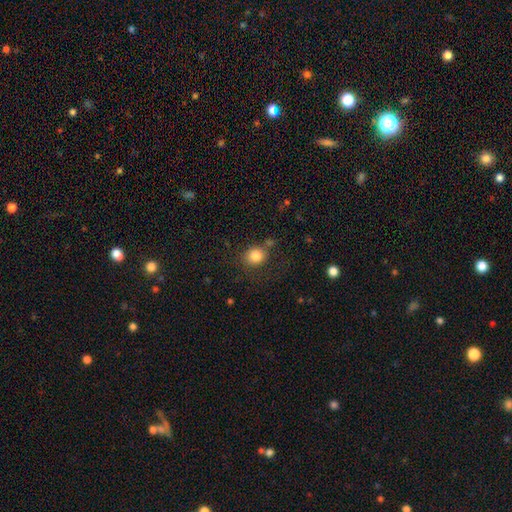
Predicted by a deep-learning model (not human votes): smooth_or_featured: smooth (p=0.82) [alt: star or artifact p=0.11]
how_rounded: round (p=0.69) [alt: in between p=0.30]
merging: none (p=0.71) [alt: minor disturbance p=0.15]